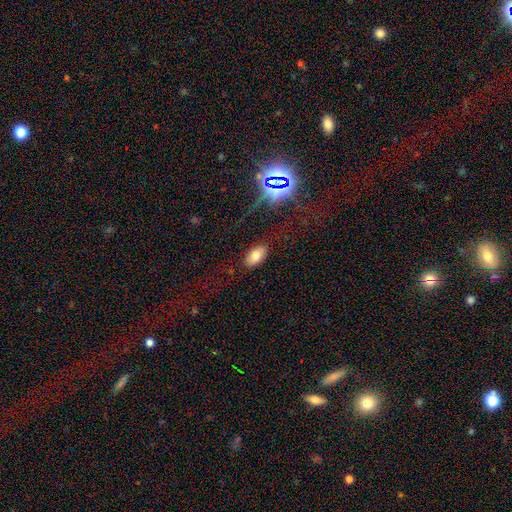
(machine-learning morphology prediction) Smooth or featured?
  - smooth: 74% *
  - star or artifact: 13%
  - featured or disk: 13%
How rounded?
  - in between: 93% *
  - round: 5%
  - cigar-shaped: 2%
Merging?
  - none: 85% *
  - minor disturbance: 10%
  - major disturbance: 4%
  - merger: 2%